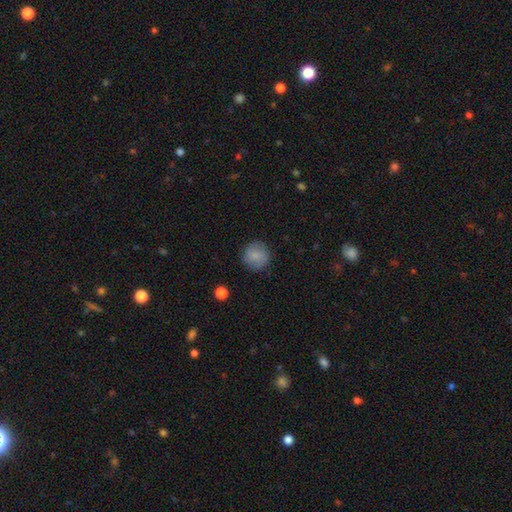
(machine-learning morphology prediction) Smooth or featured? Predicted: smooth (p=0.84). How rounded? Predicted: round (p=0.93). Merging? Predicted: none (p=0.87).